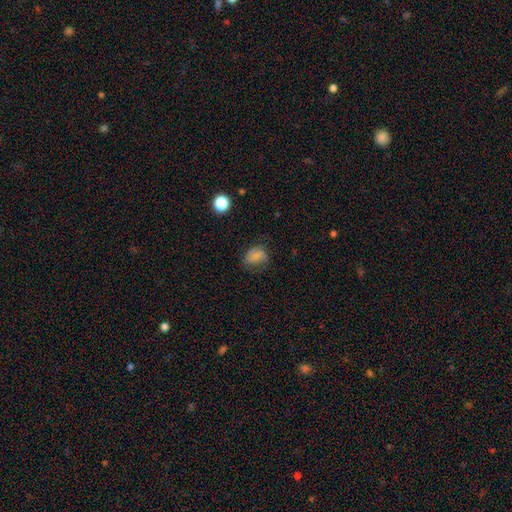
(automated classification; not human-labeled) This is likely a smooth galaxy (71%). How rounded: likely in between (66%). Merging: possibly none (59%).